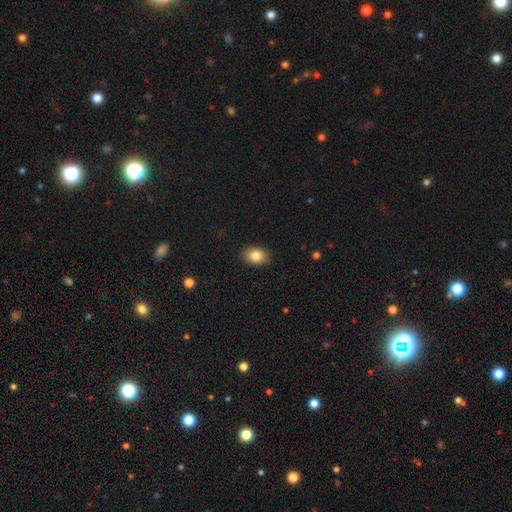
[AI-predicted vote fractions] A smooth galaxy with no disk features (84%) that is in between round and cigar-shaped (75%).

Vote fractions:
- Smooth or featured? smooth: 84% / star or artifact: 9% / featured or disk: 7%
- How rounded? in between: 75% / round: 24% / cigar-shaped: 1%
- Merging? none: 89% / minor disturbance: 8% / major disturbance: 2% / merger: 1%